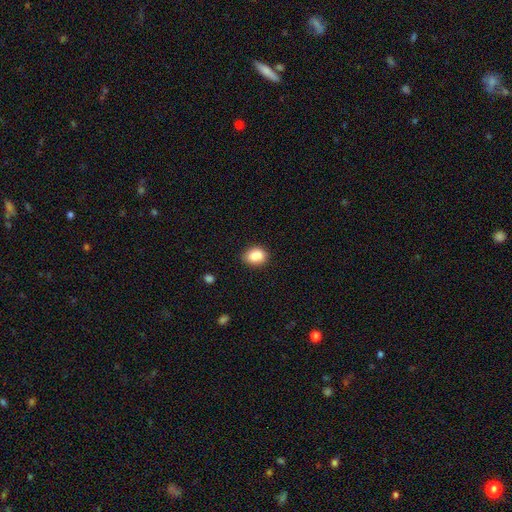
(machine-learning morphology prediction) smooth-or-featured: smooth: 84% | star or artifact: 9% | featured or disk: 7%
  how-rounded: in between: 61% | round: 38% | cigar-shaped: 1%
  merging: none: 71% | minor disturbance: 18% | merger: 7% | major disturbance: 4%